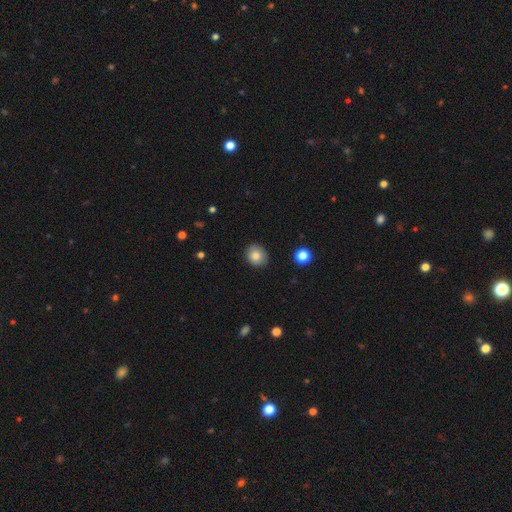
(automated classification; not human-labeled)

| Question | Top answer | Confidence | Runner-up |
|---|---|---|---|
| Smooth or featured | smooth | 83% | star or artifact (9%) |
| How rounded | round | 73% | in between (26%) |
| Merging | none | 88% | minor disturbance (9%) |